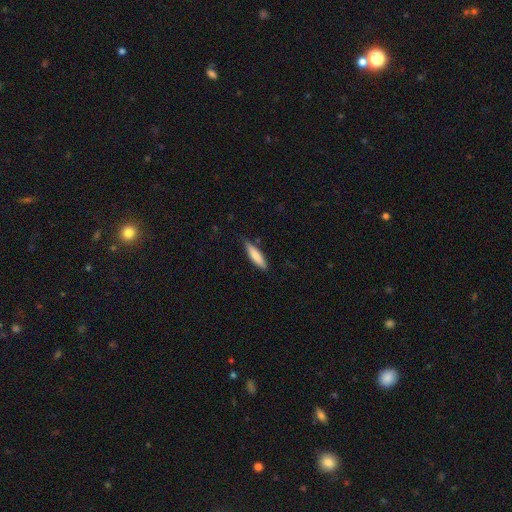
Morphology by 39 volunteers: smooth_or_featured: smooth (p=0.79) [alt: featured or disk p=0.18]
how_rounded: cigar-shaped (p=0.81) [alt: in between p=0.16]
merging: none (p=0.63) [alt: minor disturbance p=0.29]